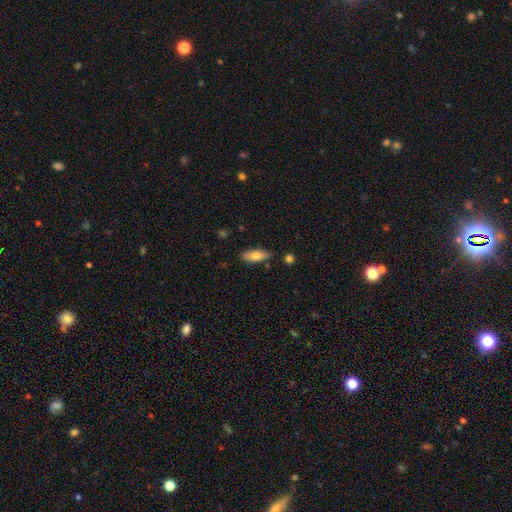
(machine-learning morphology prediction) Q: Smooth or featured?
A: smooth (77%); runner-up: featured or disk (16%)
Q: How rounded?
A: in between (75%); runner-up: cigar-shaped (23%)
Q: Merging?
A: none (81%); runner-up: minor disturbance (13%)